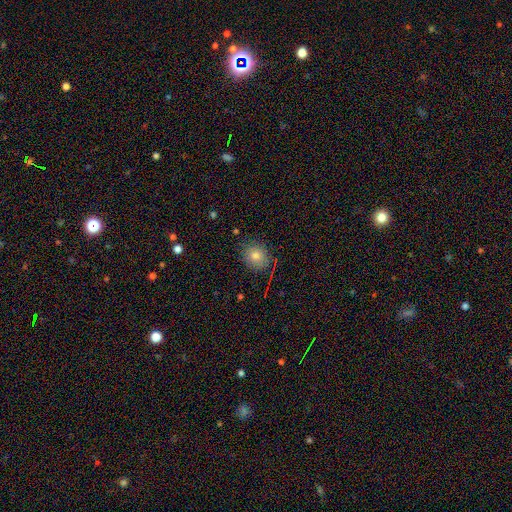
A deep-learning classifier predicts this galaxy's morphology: smooth 75%, star or artifact 13%, featured or disk 11%. Down the decision tree: how rounded — round (68%); merging — none (82%).